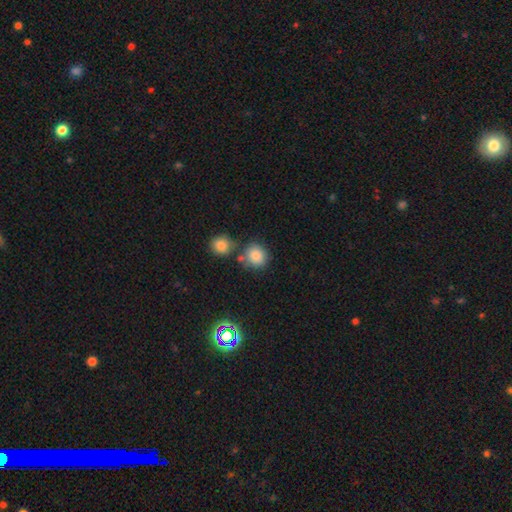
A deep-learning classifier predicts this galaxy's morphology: Smooth or featured: smooth — 84% (star or artifact — 10%)
How rounded: round — 82% (in between — 17%)
Merging: none — 63% (merger — 20%)